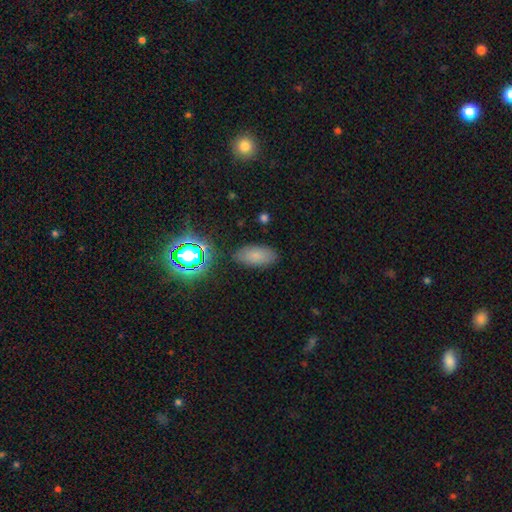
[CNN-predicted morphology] Smooth or featured? smooth (75%)
How rounded? in between (91%)
Merging? none (83%)